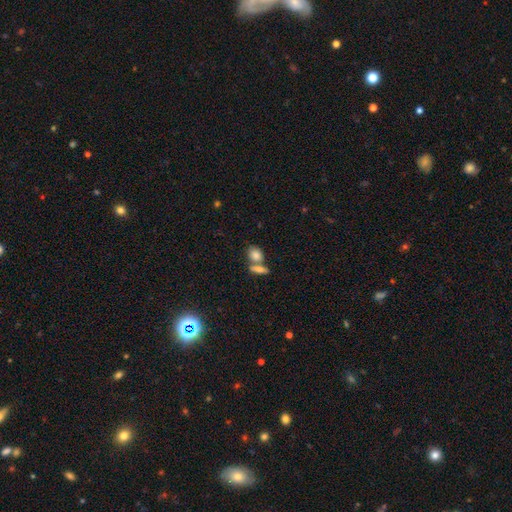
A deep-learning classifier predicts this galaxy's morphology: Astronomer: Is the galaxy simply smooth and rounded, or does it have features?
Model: smooth — 80%.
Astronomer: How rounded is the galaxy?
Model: in between — 63%.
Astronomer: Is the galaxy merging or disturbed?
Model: merger — 44% (runner-up: none, 43%).